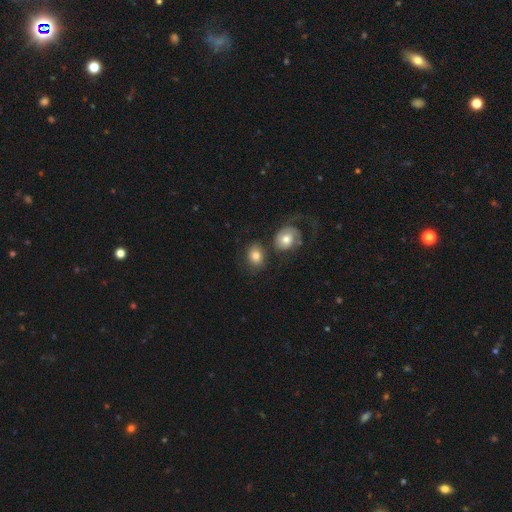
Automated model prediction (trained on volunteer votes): The model was most divided on "how rounded": in between: 52%, round: 47%, cigar-shaped: 1%. More confident: smooth or featured — smooth (75%); merging — none (57%).